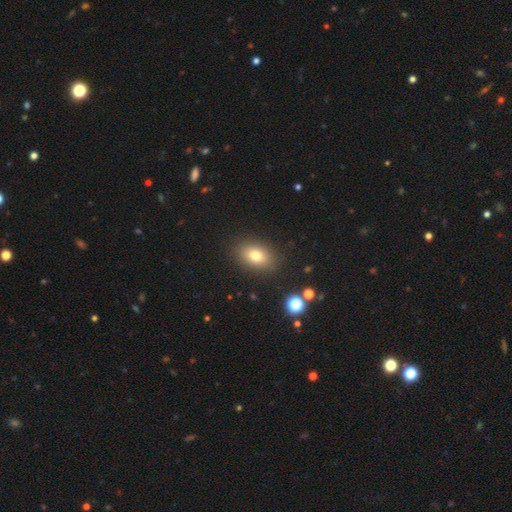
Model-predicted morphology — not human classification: Smooth or featured?
  - smooth: 78% *
  - star or artifact: 11%
  - featured or disk: 11%
How rounded?
  - in between: 79% *
  - round: 20%
  - cigar-shaped: 2%
Merging?
  - none: 87% *
  - minor disturbance: 9%
  - major disturbance: 3%
  - merger: 2%